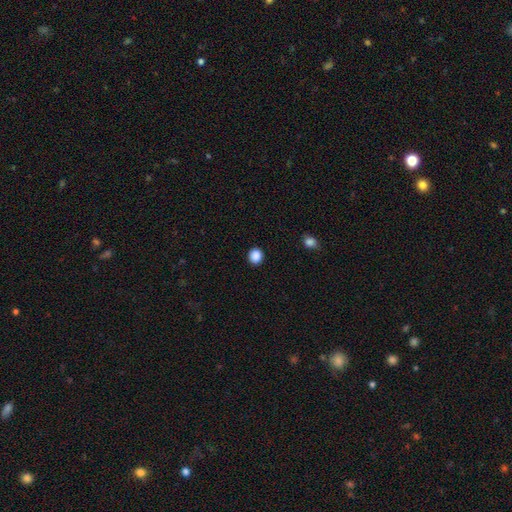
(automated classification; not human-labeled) Smooth or featured? Predicted: smooth (p=0.88). How rounded? Predicted: round (p=0.84). Merging? Predicted: none (p=0.91).